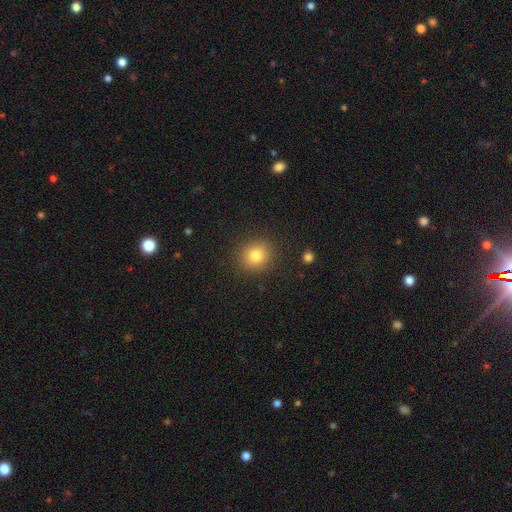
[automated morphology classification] smooth-or-featured: smooth: 81% | star or artifact: 12% | featured or disk: 7%
  how-rounded: round: 84% | in between: 15% | cigar-shaped: 1%
  merging: none: 89% | minor disturbance: 7% | major disturbance: 3% | merger: 1%